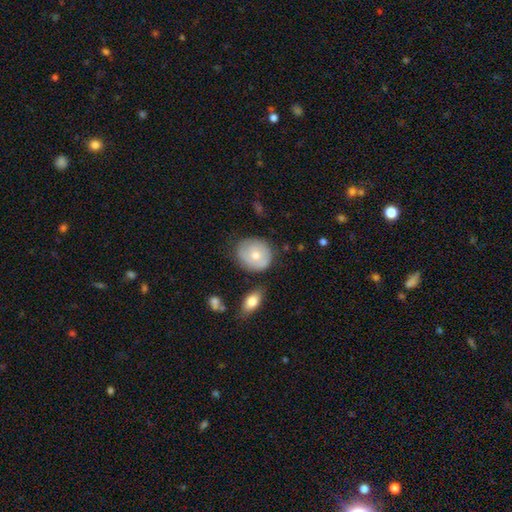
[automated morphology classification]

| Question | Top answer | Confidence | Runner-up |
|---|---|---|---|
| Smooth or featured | smooth | 58% | featured or disk (35%) |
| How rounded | round | 75% | in between (24%) |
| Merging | none | 70% | minor disturbance (21%) |